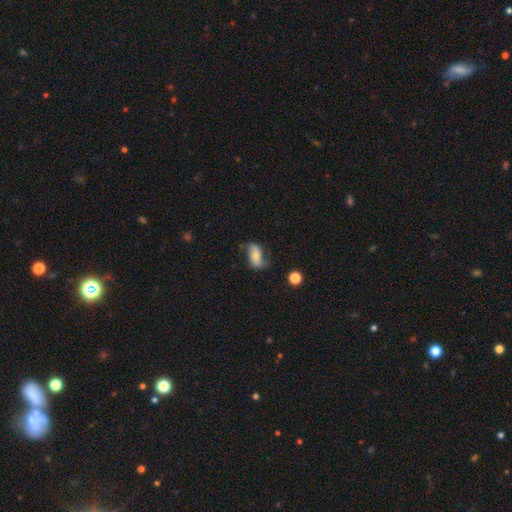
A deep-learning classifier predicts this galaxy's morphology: A smooth galaxy with no disk features (46%, tied with featured or disk).

Vote fractions:
- Smooth or featured? smooth: 46% (tied) / featured or disk: 46% (tied) / star or artifact: 8%
- Merging? none: 58% / minor disturbance: 28% / major disturbance: 12% / merger: 3%